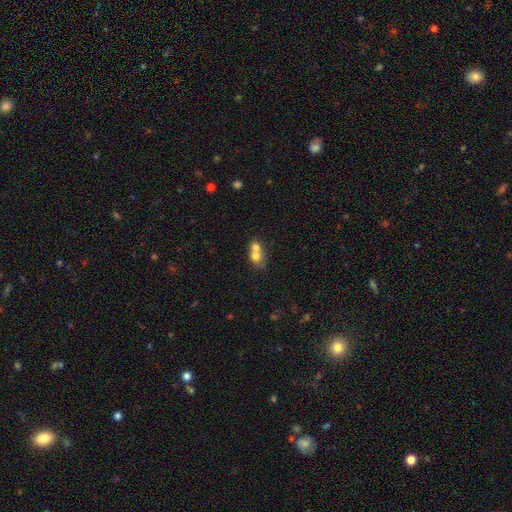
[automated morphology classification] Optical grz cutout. It shows a smooth galaxy with no disk features (68%) that is round (55%). Merging: merger (71%).